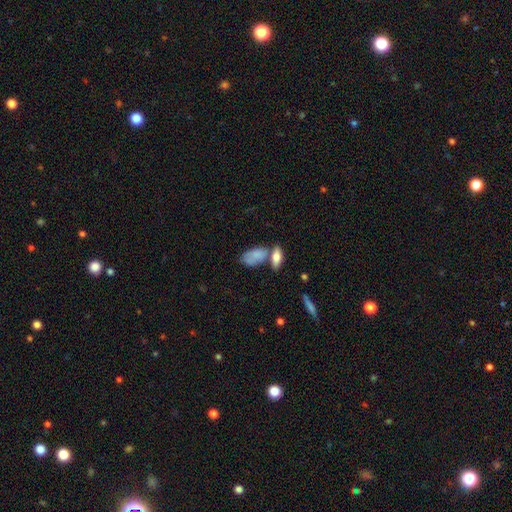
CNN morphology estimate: This is likely a smooth galaxy (79%). How rounded: clearly in between (90%). Merging: marginally none (39%).